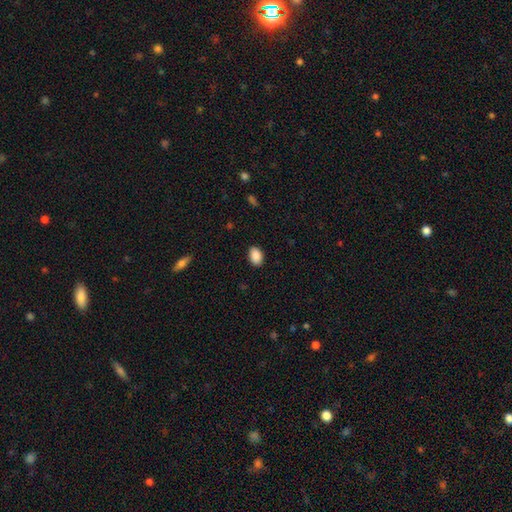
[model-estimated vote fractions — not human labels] A smooth galaxy with no disk features (89%) that is in between round and cigar-shaped (85%).

Vote fractions:
- Smooth or featured? smooth: 89% / star or artifact: 7% / featured or disk: 3%
- How rounded? in between: 85% / round: 14% / cigar-shaped: 1%
- Merging? none: 89% / minor disturbance: 8% / major disturbance: 2% / merger: 1%